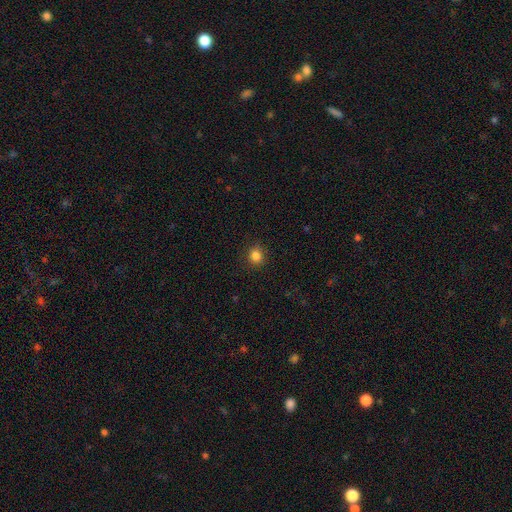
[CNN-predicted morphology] Smooth or featured: smooth — 85% (star or artifact — 12%)
How rounded: round — 84% (in between — 15%)
Merging: none — 88% (minor disturbance — 9%)